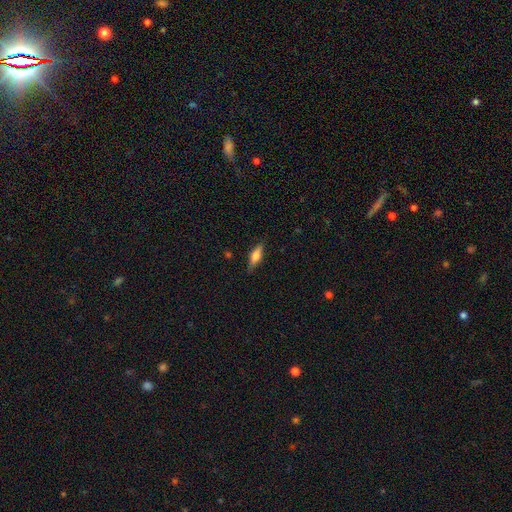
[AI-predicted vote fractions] A smooth galaxy with no disk features (60%) that is in between round and cigar-shaped (51%). Merging: none (83%).